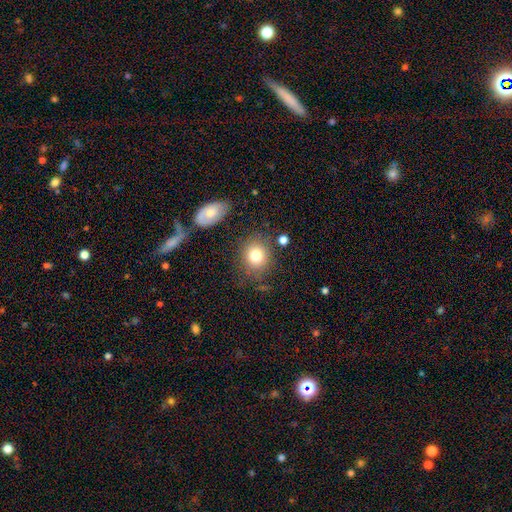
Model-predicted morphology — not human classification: This is likely a smooth galaxy (79%). How rounded: likely round (77%). Merging: likely none (77%).